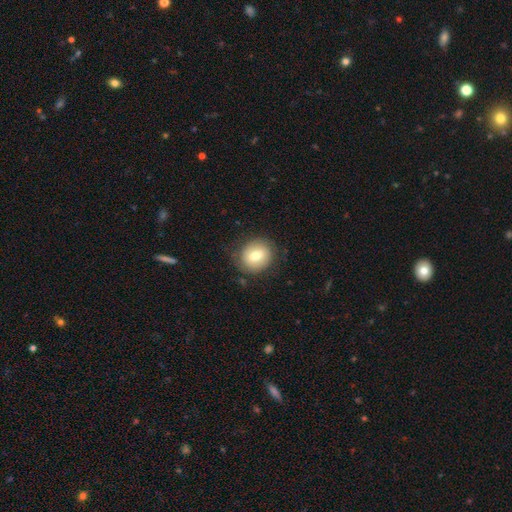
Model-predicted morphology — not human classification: Smooth or featured? Predicted: smooth (p=0.73). How rounded? Predicted: round (p=0.78). Merging? Predicted: none (p=0.82).